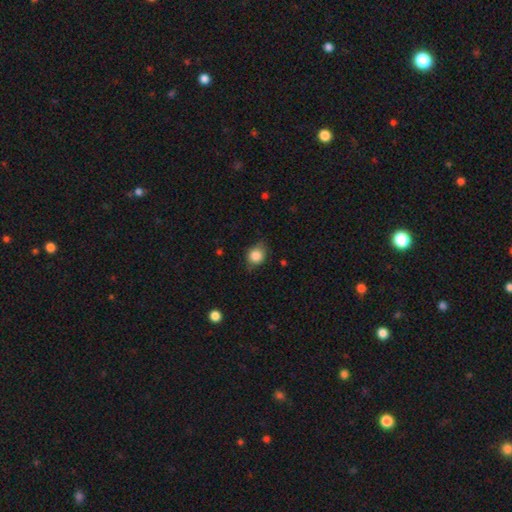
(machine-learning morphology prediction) Smooth or featured?
  - smooth: 84% *
  - star or artifact: 9%
  - featured or disk: 8%
How rounded?
  - round: 64% *
  - in between: 35%
  - cigar-shaped: 1%
Merging?
  - none: 69% *
  - minor disturbance: 24%
  - major disturbance: 5%
  - merger: 1%